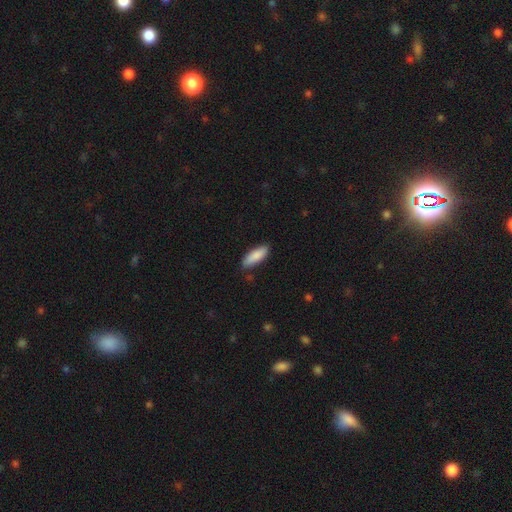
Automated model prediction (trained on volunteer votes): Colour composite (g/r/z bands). It shows a smooth galaxy with no disk features (87%) that is in between round and cigar-shaped (62%). Merging: none (82%).